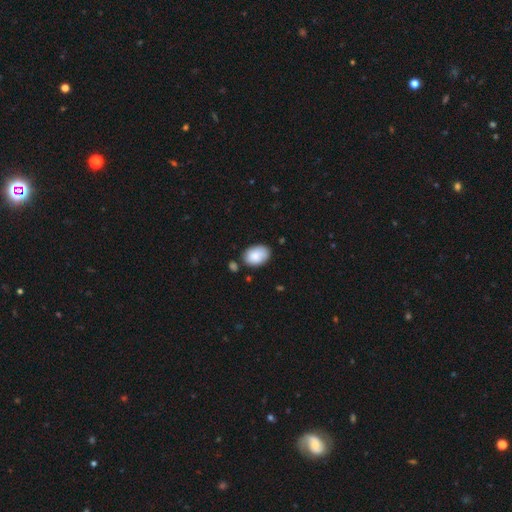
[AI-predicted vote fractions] A smooth galaxy with no disk features (86%) that is in between round and cigar-shaped (86%).

Vote fractions:
- Smooth or featured? smooth: 86% / featured or disk: 7% / star or artifact: 6%
- How rounded? in between: 86% / round: 13% / cigar-shaped: 1%
- Merging? none: 73% / minor disturbance: 19% / merger: 5% / major disturbance: 4%